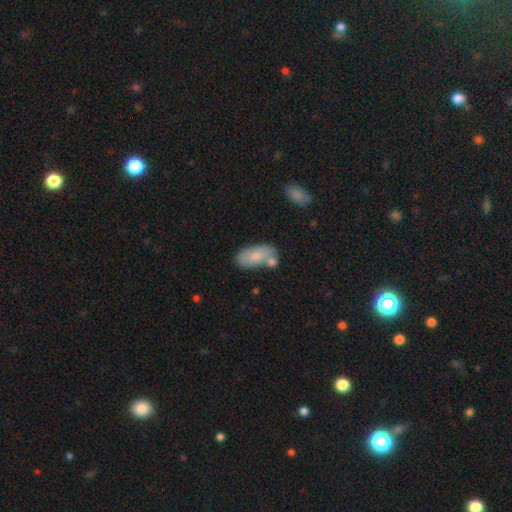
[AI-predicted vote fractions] This appears to be a smooth galaxy with no disk features (77%) that is in between round and cigar-shaped (92%). Merging: none (52%).